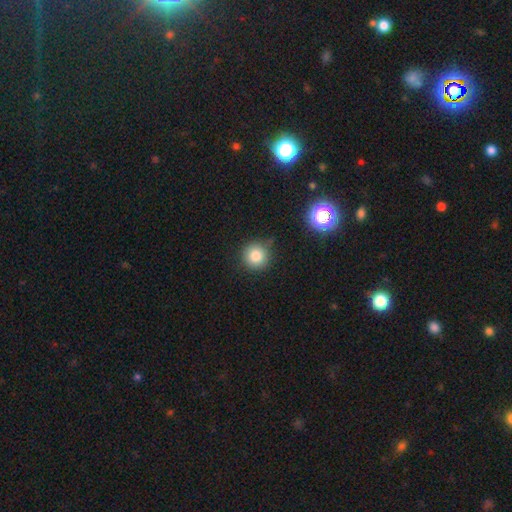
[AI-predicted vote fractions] This appears to be a smooth galaxy with no disk features (82%) that is round (95%). Merging: none (81%).